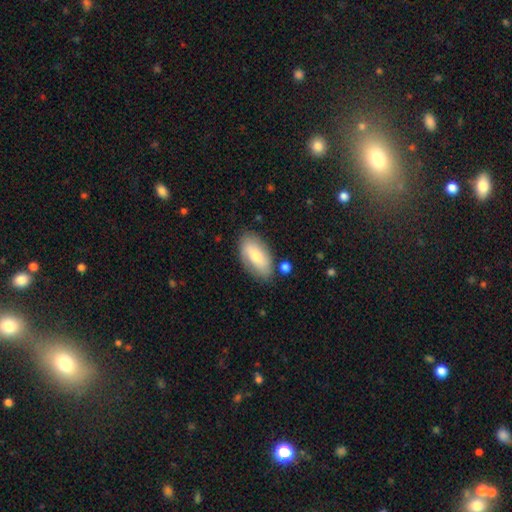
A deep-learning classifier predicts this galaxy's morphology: smooth-or-featured: smooth: 70% | featured or disk: 24% | star or artifact: 6%
  how-rounded: in between: 92% | cigar-shaped: 5% | round: 3%
  merging: none: 77% | minor disturbance: 16% | major disturbance: 4% | merger: 4%